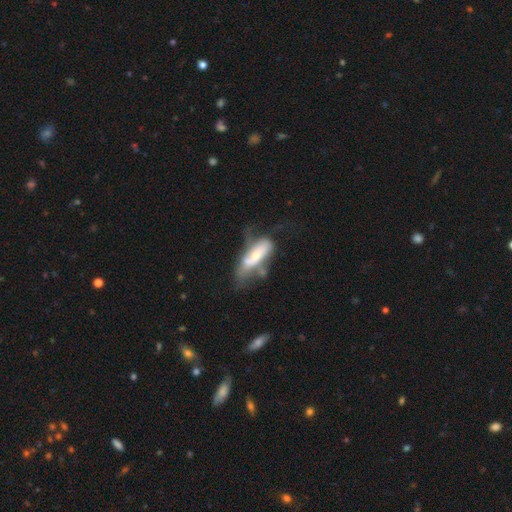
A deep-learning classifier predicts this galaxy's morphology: A featured or disk galaxy (47%).

Vote fractions:
- Smooth or featured? featured or disk: 47% / smooth: 46% / star or artifact: 7%
- Merging? major disturbance: 35% / none: 23% / minor disturbance: 23% / merger: 18%